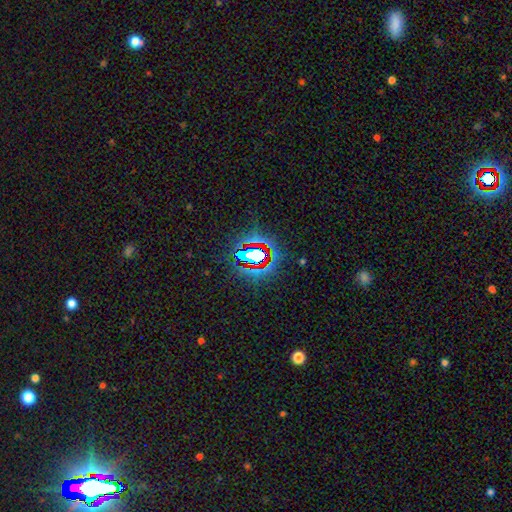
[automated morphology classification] star or artifact 70%, smooth 17%, featured or disk 13%.